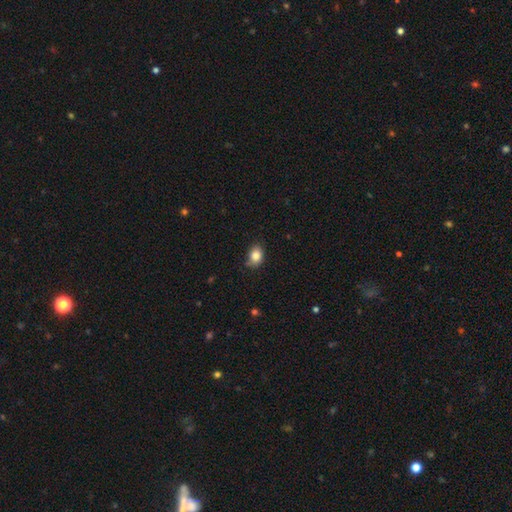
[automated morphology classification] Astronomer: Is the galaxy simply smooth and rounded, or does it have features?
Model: smooth — 84%.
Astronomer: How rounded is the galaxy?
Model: in between — 67%.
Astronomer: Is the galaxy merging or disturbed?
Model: none — 74%.